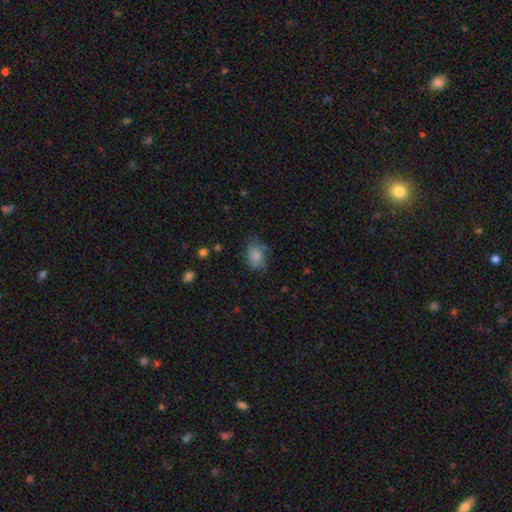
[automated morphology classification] Smooth or featured? Predicted: smooth (p=0.82). How rounded? Predicted: in between (p=0.79). Merging? Predicted: none (p=0.65).